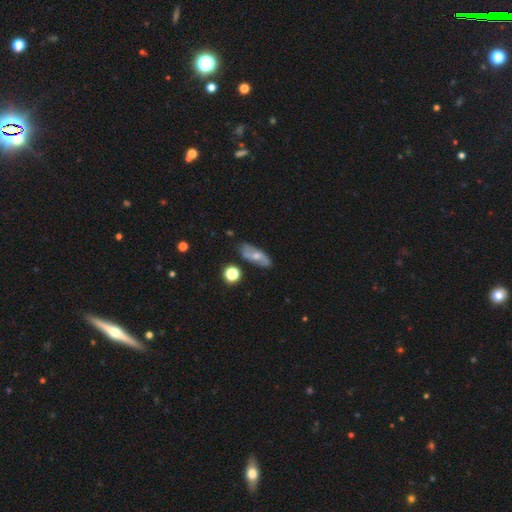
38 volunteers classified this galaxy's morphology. Smooth or featured? 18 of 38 (47%) said smooth. How rounded? 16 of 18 (89%) said in between. Merging? 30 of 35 (86%) said none.